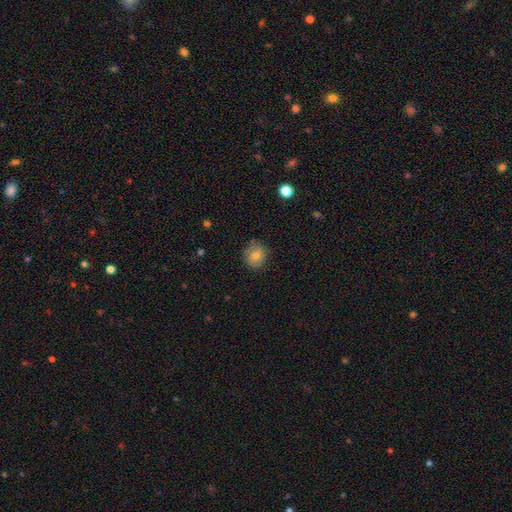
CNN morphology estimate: Smooth or featured?
  - smooth: 75% *
  - featured or disk: 14%
  - star or artifact: 11%
How rounded?
  - round: 81% *
  - in between: 18%
  - cigar-shaped: 1%
Merging?
  - none: 82% *
  - minor disturbance: 14%
  - major disturbance: 3%
  - merger: 1%